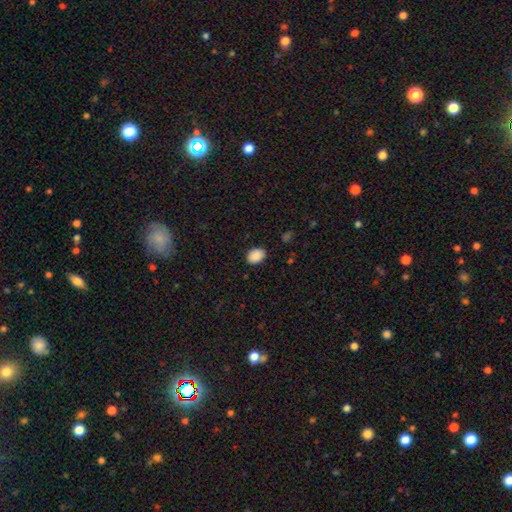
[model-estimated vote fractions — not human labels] smooth_or_featured: smooth (p=0.89) [alt: star or artifact p=0.08]
how_rounded: in between (p=0.72) [alt: round p=0.27]
merging: none (p=0.87) [alt: minor disturbance p=0.10]